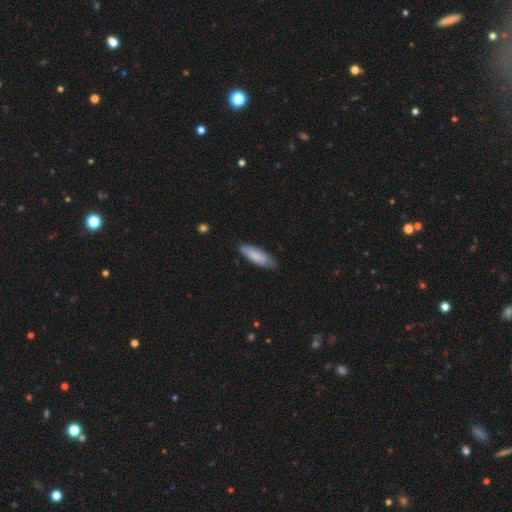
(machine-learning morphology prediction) Smooth or featured: smooth — 77% (featured or disk — 18%)
How rounded: in between — 63% (cigar-shaped — 36%)
Merging: none — 76% (minor disturbance — 19%)